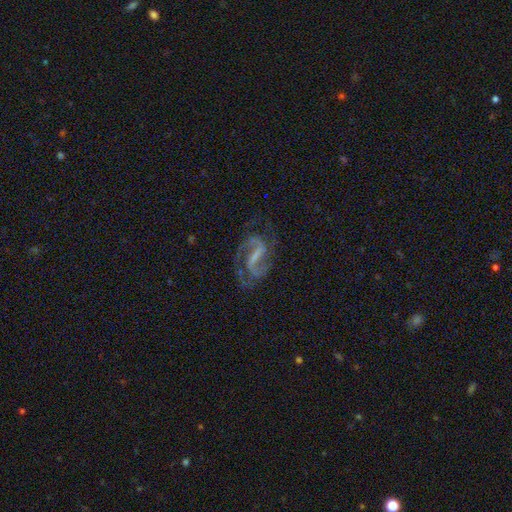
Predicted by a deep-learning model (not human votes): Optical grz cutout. It shows a featured or disk galaxy (89%) with a strong bar (51%), 2 (91%) medium (55%) spiral arms (97%) and no central bulge (49%). Merging: none (70%).